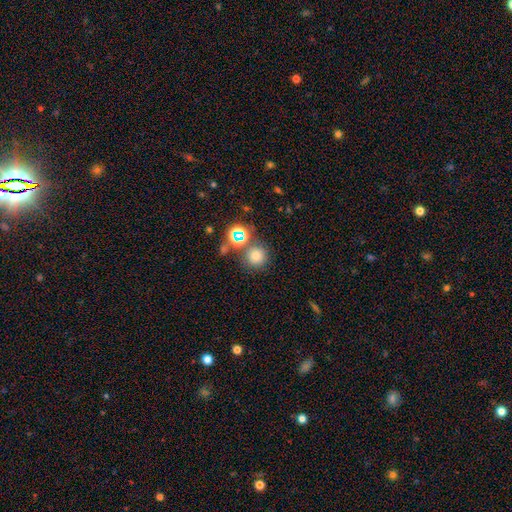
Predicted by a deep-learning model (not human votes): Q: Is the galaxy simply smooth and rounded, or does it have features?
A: smooth — 72%.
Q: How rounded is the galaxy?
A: round — 92%.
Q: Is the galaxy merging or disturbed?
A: none — 73%.